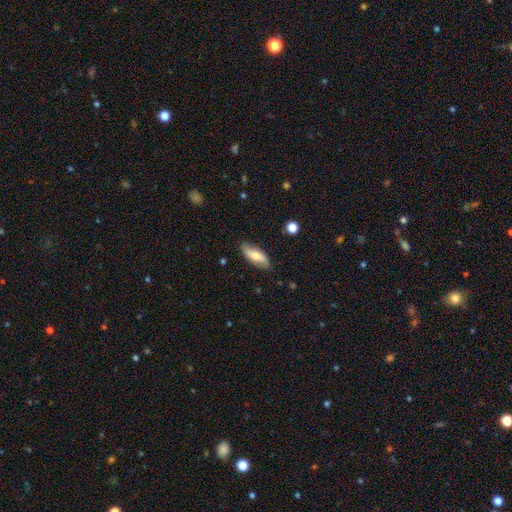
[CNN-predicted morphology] A smooth galaxy with no disk features (57%) that is in between round and cigar-shaped (73%).

Vote fractions:
- Smooth or featured? smooth: 57% / featured or disk: 36% / star or artifact: 6%
- How rounded? in between: 73% / cigar-shaped: 25% / round: 3%
- Merging? none: 80% / minor disturbance: 15% / major disturbance: 3% / merger: 1%